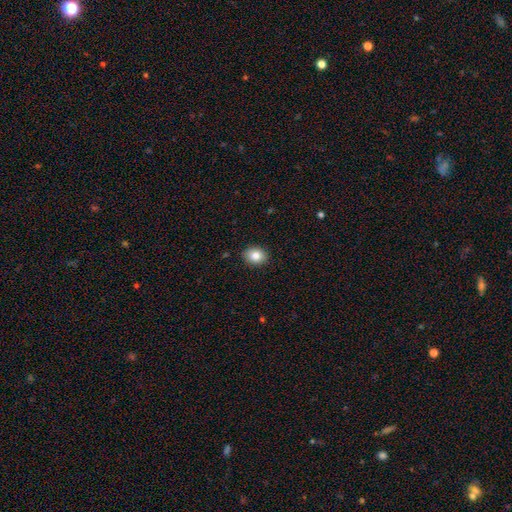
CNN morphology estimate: Overall: smooth (83%). How rounded: in between (54%; round 45%). Merging: none (90%).